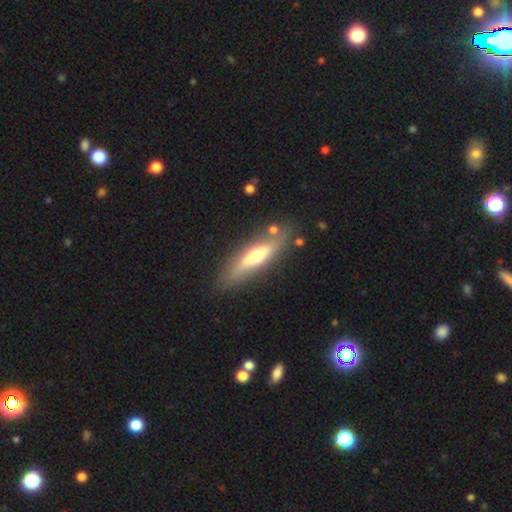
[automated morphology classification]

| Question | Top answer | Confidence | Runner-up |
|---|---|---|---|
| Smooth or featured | featured or disk | 51% | smooth (43%) |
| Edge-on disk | yes | 76% | no (24%) |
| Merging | none | 79% | minor disturbance (13%) |